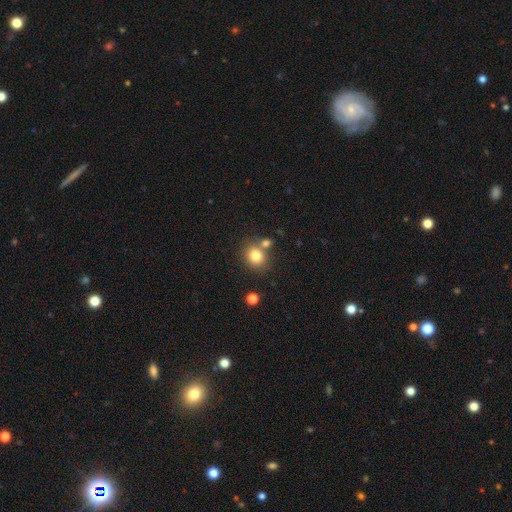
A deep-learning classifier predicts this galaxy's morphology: Smooth or featured?
  - smooth: 80% *
  - star or artifact: 12%
  - featured or disk: 9%
How rounded?
  - round: 71% *
  - in between: 28%
  - cigar-shaped: 1%
Merging?
  - none: 63% *
  - merger: 23%
  - minor disturbance: 10%
  - major disturbance: 4%